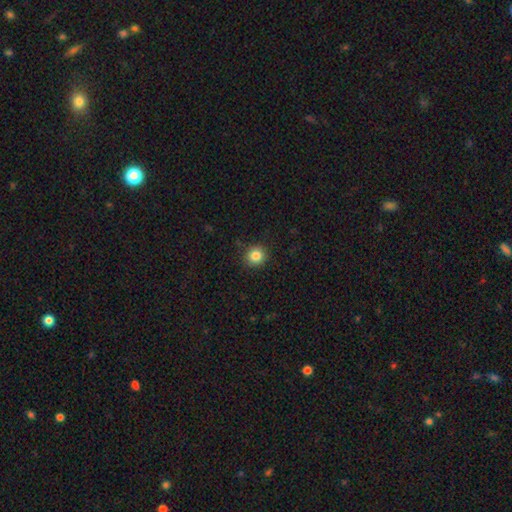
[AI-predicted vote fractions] smooth 84%, star or artifact 11%, featured or disk 5%. Down the decision tree: how rounded — round (91%); merging — none (89%).